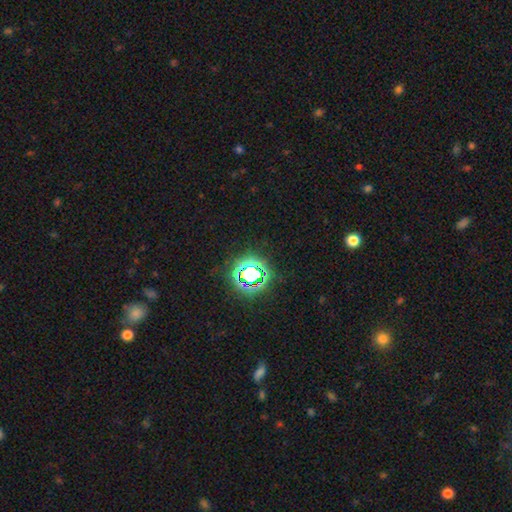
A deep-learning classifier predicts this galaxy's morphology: type=star or artifact (77%).